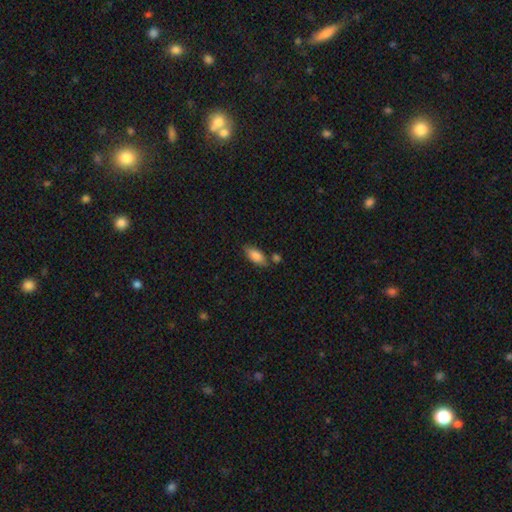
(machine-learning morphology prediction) The model was most divided on "merging": none: 71%, minor disturbance: 15%, merger: 10%, major disturbance: 3%. More confident: how rounded — in between (85%); smooth or featured — smooth (84%).